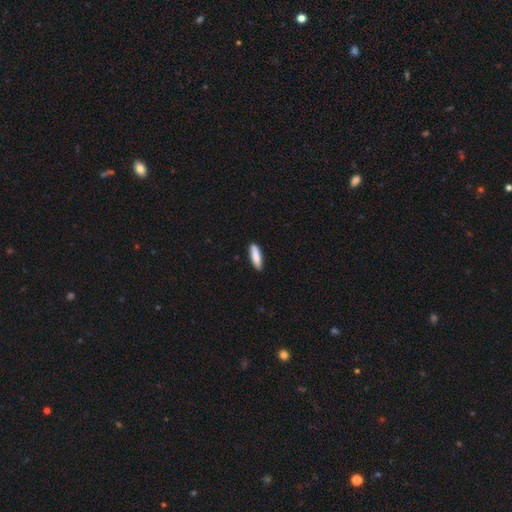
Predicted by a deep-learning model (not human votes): This appears to be a smooth galaxy with no disk features (86%) that is cigar-shaped (64%). Merging: none (88%).